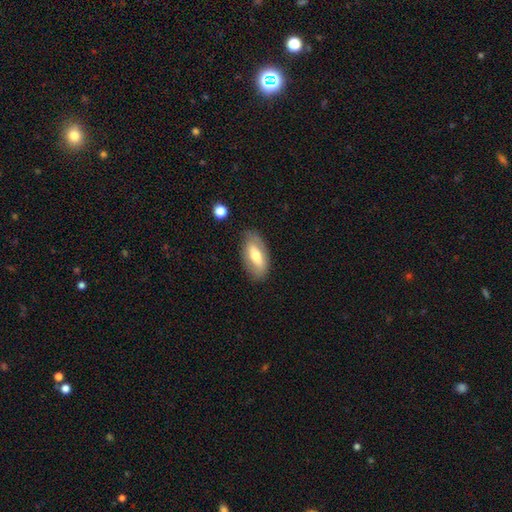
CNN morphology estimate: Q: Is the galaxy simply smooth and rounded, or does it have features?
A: smooth — 54%.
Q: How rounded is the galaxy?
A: in between — 87%.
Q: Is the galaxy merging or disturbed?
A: none — 80%.